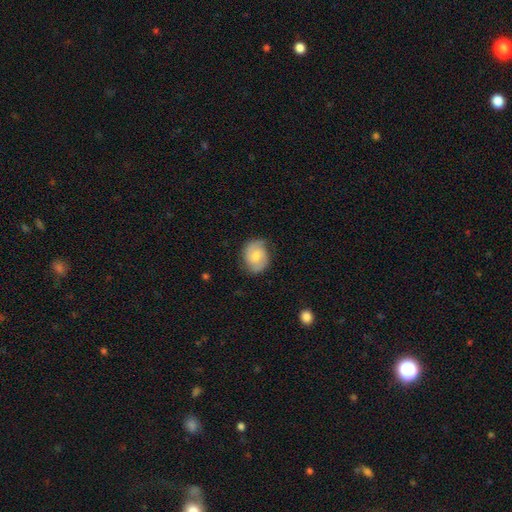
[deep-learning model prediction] Q: Smooth or featured?
A: smooth (48%); runner-up: featured or disk (45%)
Q: Merging?
A: none (71%); runner-up: minor disturbance (22%)